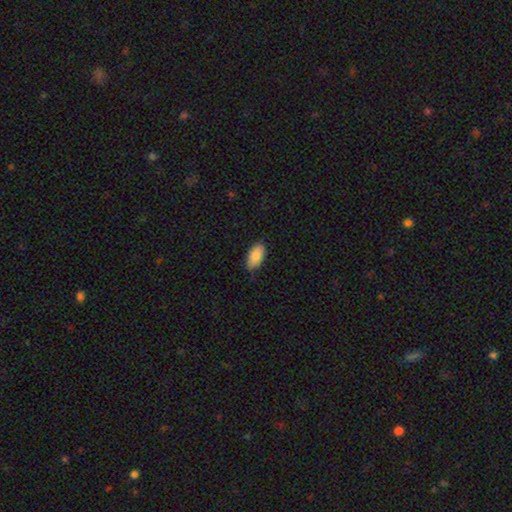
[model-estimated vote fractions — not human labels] smooth 86%, featured or disk 8%, star or artifact 6%. Down the decision tree: how rounded — in between (93%); merging — none (79%).